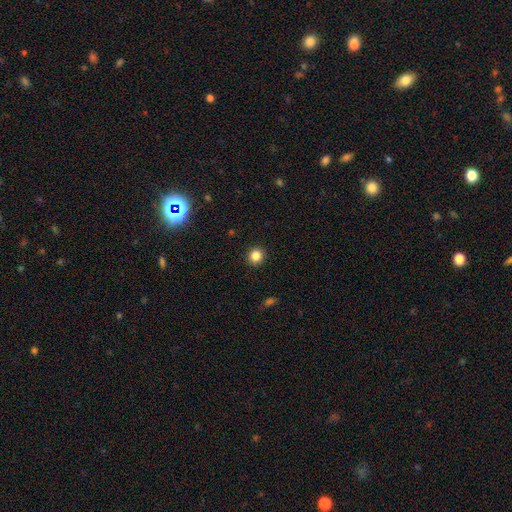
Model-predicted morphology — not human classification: Smooth or featured? Predicted: smooth (p=0.84). How rounded? Predicted: round (p=0.91). Merging? Predicted: none (p=0.92).